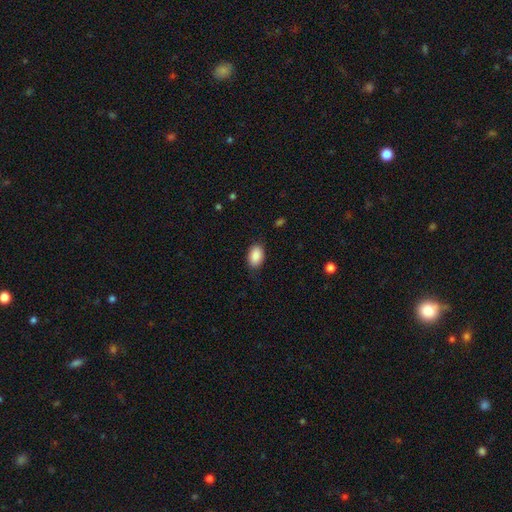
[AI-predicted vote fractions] smooth 89%, star or artifact 7%, featured or disk 4%. Down the decision tree: how rounded — in between (89%); merging — none (83%).